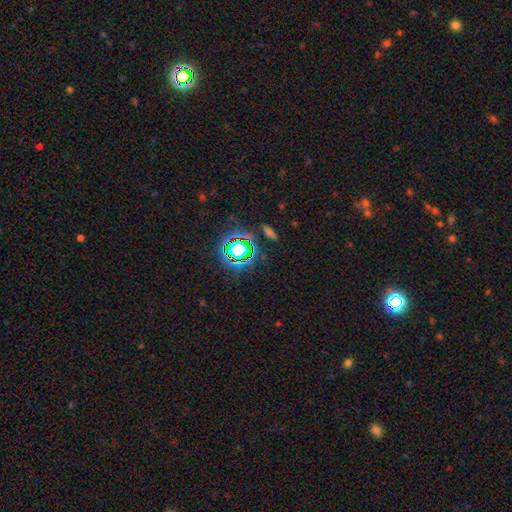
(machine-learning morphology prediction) Smooth or featured? star or artifact (77%)